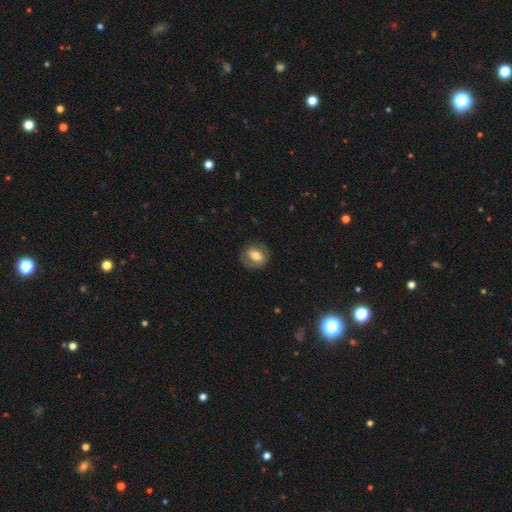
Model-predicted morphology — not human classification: Smooth or featured: smooth — 55% (featured or disk — 37%)
How rounded: in between — 60% (round — 38%)
Merging: none — 75% (minor disturbance — 16%)